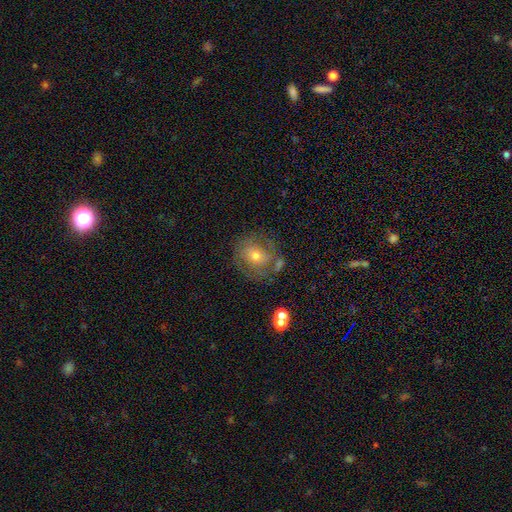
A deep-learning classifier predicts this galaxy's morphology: The model was most divided on "smooth or featured": featured or disk: 51%, smooth: 38%, star or artifact: 11%. More confident: edge-on disk — no (96%); merging — none (60%).